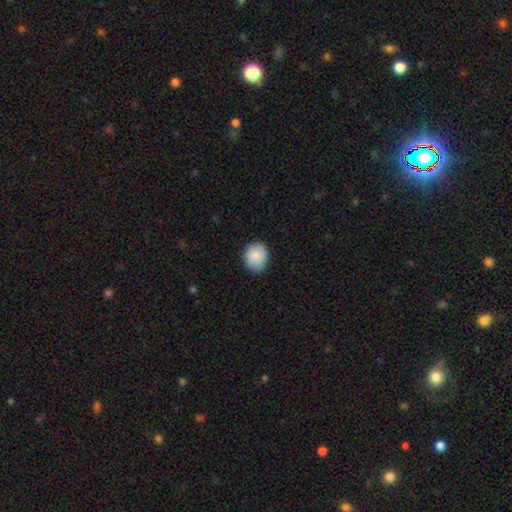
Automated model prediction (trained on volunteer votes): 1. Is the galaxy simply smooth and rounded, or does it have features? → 86% smooth, 7% featured or disk, 7% star or artifact.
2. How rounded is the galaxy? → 70% round, 29% in between, 1% cigar-shaped.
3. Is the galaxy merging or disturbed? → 82% none, 14% minor disturbance, 2% major disturbance, 1% merger.